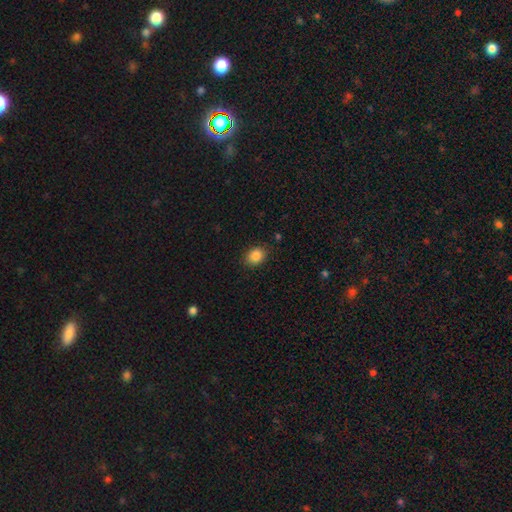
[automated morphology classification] Overall: smooth (85%). How rounded: in between (52%; round 47%). Merging: none (87%).